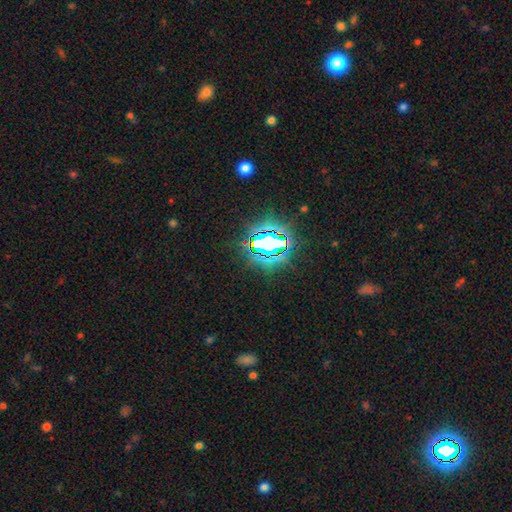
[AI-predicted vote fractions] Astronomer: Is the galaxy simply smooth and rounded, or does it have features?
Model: star or artifact — 83%.